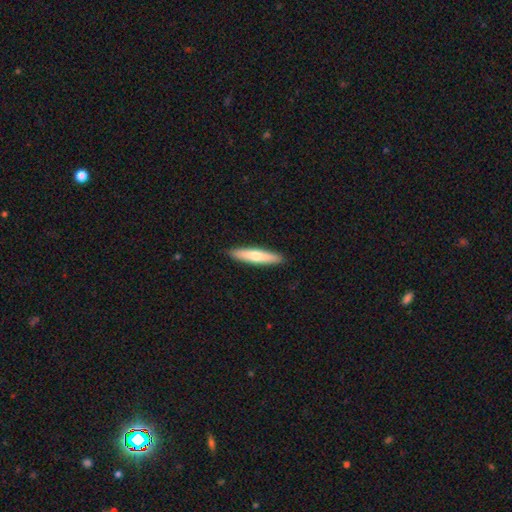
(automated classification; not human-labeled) This appears to be a smooth galaxy with no disk features (65%) that is cigar-shaped (87%). Merging: none (91%).